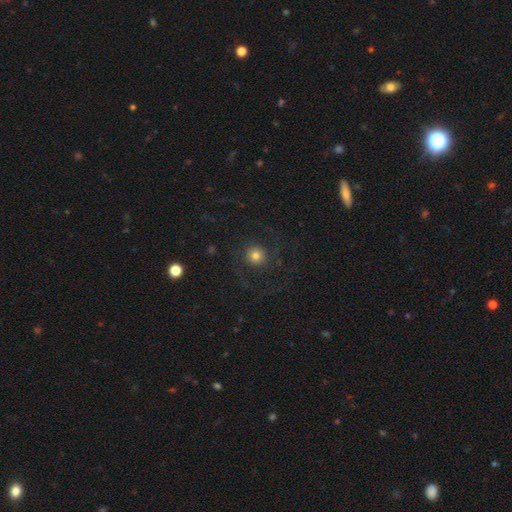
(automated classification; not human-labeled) A smooth galaxy with no disk features (55%) that is round (92%). Merging: none (75%).